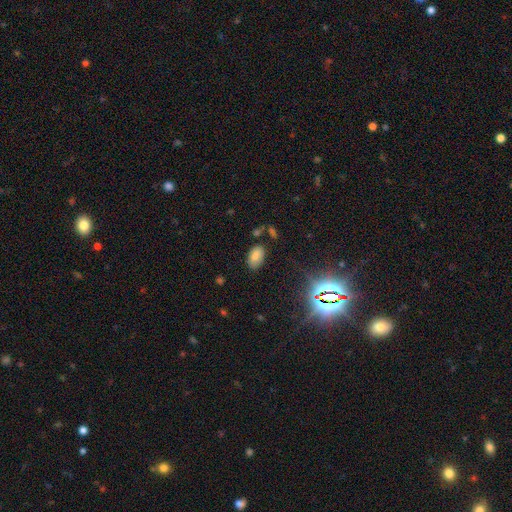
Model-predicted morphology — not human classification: smooth_or_featured: smooth (p=0.78) [alt: star or artifact p=0.14]
how_rounded: in between (p=0.93) [alt: round p=0.05]
merging: none (p=0.76) [alt: minor disturbance p=0.16]